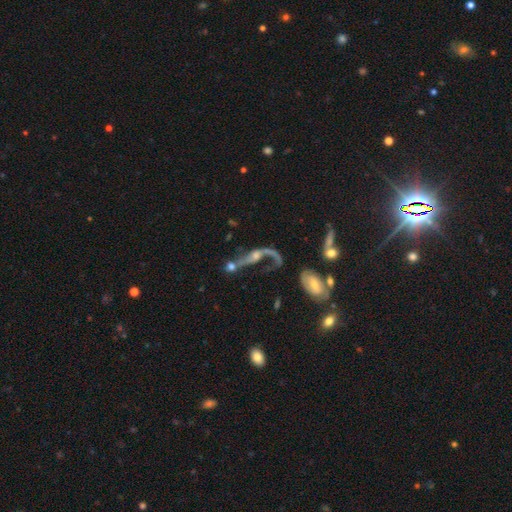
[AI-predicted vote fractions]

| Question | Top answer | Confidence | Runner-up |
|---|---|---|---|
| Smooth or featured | featured or disk | 77% | star or artifact (12%) |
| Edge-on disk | no | 81% | yes (19%) |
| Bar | no | 55% | weak (29%) |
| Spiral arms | yes | 83% | no (17%) |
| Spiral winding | loose | 88% | medium (9%) |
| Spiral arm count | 2 | 74% | 1 (18%) |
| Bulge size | small | 44% | moderate (36%) |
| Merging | none | 32% | major disturbance (28%) |